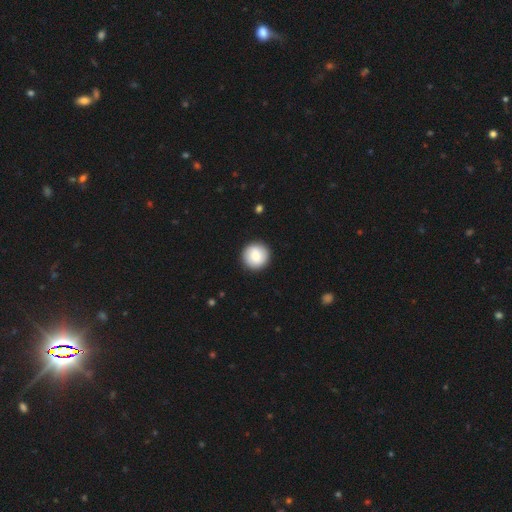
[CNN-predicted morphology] A smooth galaxy with no disk features (83%) that is round (95%).

Vote fractions:
- Smooth or featured? smooth: 83% / featured or disk: 11% / star or artifact: 7%
- How rounded? round: 95% / in between: 4% / cigar-shaped: 1%
- Merging? none: 92% / minor disturbance: 5% / major disturbance: 2% / merger: 1%